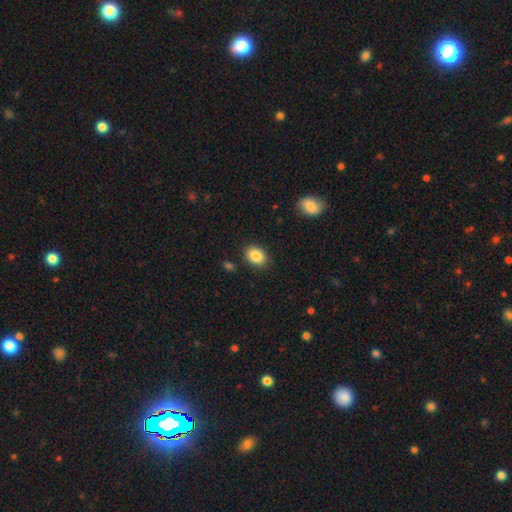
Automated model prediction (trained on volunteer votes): A smooth galaxy with no disk features (86%) that is in between round and cigar-shaped (68%).

Vote fractions:
- Smooth or featured? smooth: 86% / star or artifact: 9% / featured or disk: 6%
- How rounded? in between: 68% / round: 31% / cigar-shaped: 1%
- Merging? none: 86% / minor disturbance: 9% / major disturbance: 2% / merger: 2%